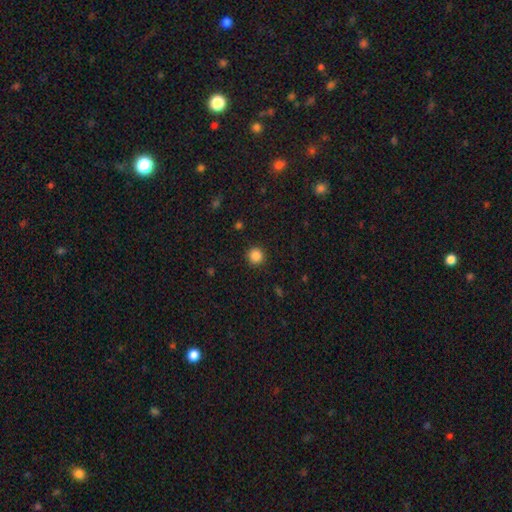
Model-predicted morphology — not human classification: Smooth or featured? Predicted: smooth (p=0.86). How rounded? Predicted: round (p=0.95). Merging? Predicted: none (p=0.92).